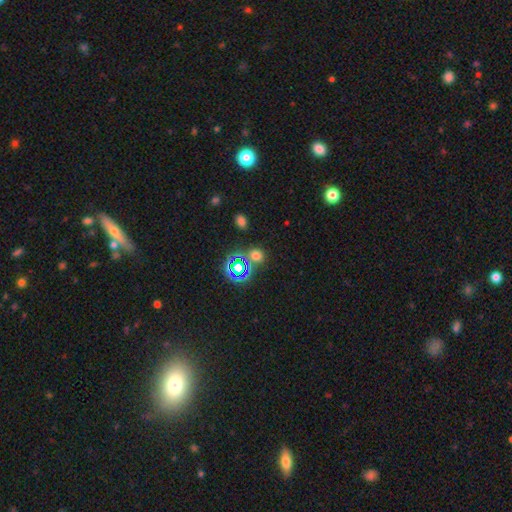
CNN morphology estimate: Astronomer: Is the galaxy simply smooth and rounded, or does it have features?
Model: smooth — 56% (runner-up: star or artifact, 37%).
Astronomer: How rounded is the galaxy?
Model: round — 76%.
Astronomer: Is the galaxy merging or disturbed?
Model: none — 69%.